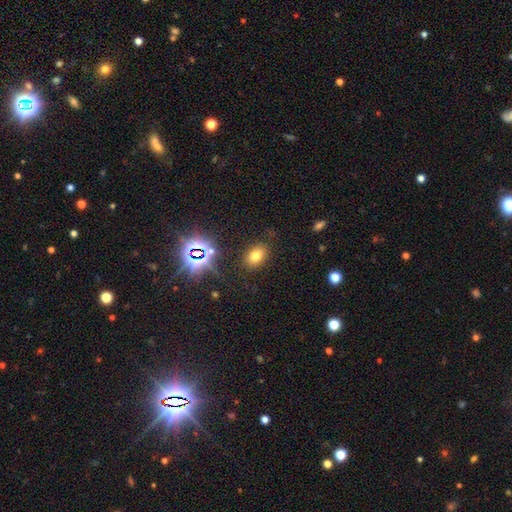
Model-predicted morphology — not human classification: smooth 68%, star or artifact 22%, featured or disk 10%. Down the decision tree: how rounded — in between (78%); merging — none (85%).